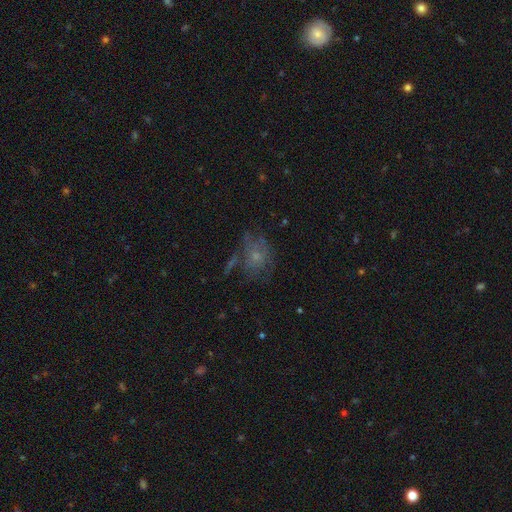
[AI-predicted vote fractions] Smooth or featured? featured or disk (43%)
Merging? none (51%)